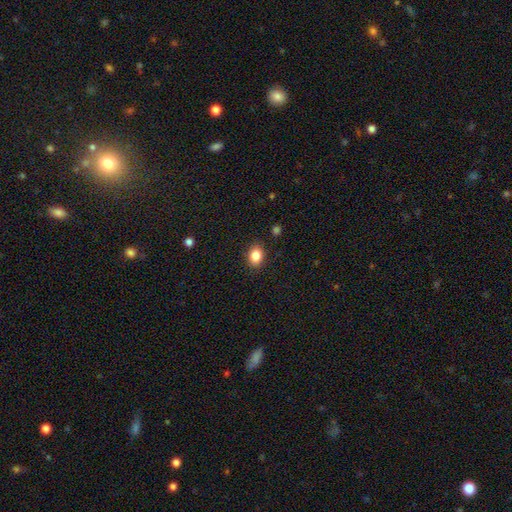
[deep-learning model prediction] Smooth or featured?
  - smooth: 86% *
  - star or artifact: 9%
  - featured or disk: 5%
How rounded?
  - in between: 61% *
  - round: 38%
  - cigar-shaped: 1%
Merging?
  - none: 88% *
  - minor disturbance: 8%
  - major disturbance: 2%
  - merger: 1%